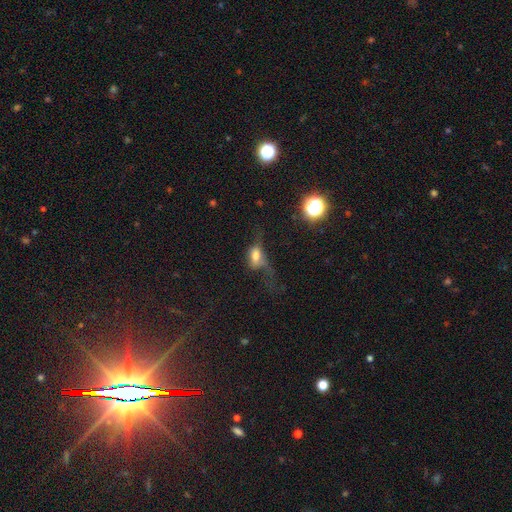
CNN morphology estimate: This appears to be a smooth galaxy with no disk features (56%) that is in between round and cigar-shaped (73%). Merging: major disturbance (54%).